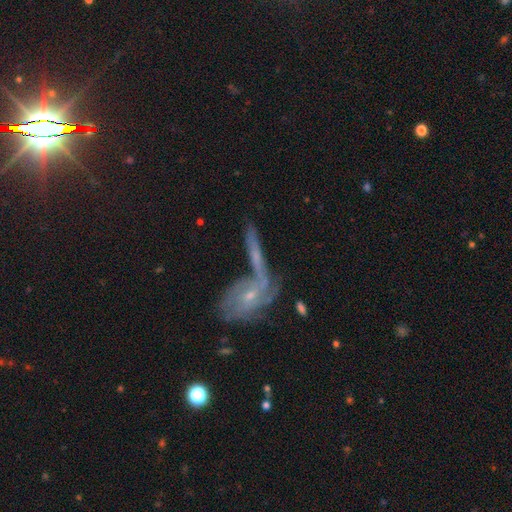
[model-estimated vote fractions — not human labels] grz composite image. It shows a featured or disk galaxy (67%). Merging: none (43%).